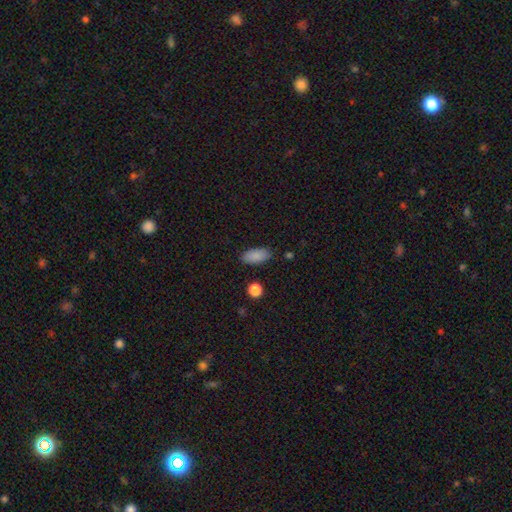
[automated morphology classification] smooth-or-featured: smooth: 87% | star or artifact: 8% | featured or disk: 5%
  how-rounded: in between: 90% | cigar-shaped: 7% | round: 3%
  merging: none: 85% | minor disturbance: 10% | major disturbance: 2% | merger: 2%